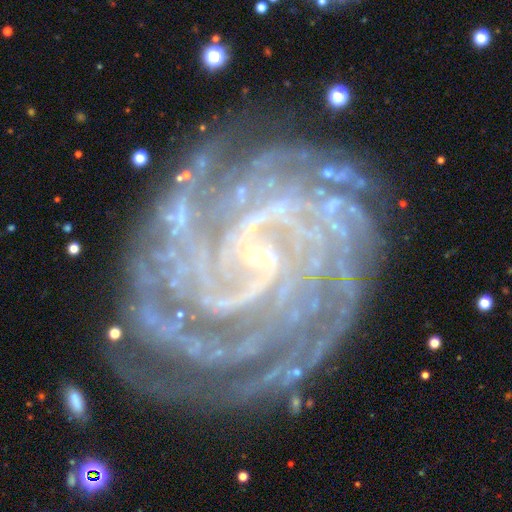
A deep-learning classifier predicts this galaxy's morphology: featured or disk 91%, star or artifact 6%, smooth 3%. Down the decision tree: edge-on disk — no (98%); bar — no (45%); spiral arms — yes (99%); spiral arm count — more than 4 (27%); spiral winding — tight (83%); bulge size — small (83%); merging — none (78%).